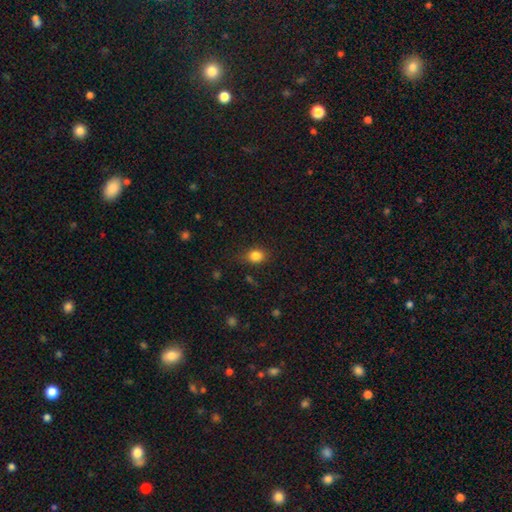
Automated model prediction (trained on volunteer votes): smooth-or-featured: smooth: 84% | star or artifact: 11% | featured or disk: 5%
  how-rounded: round: 52% | in between: 47% | cigar-shaped: 1%
  merging: none: 77% | minor disturbance: 17% | major disturbance: 4% | merger: 1%